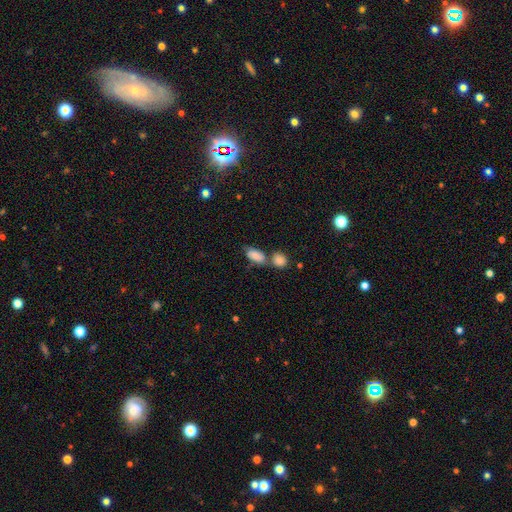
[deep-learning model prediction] The model was most divided on "merging": merger: 43%, none: 38%, minor disturbance: 13%, major disturbance: 5%. More confident: how rounded — in between (88%); smooth or featured — smooth (82%).